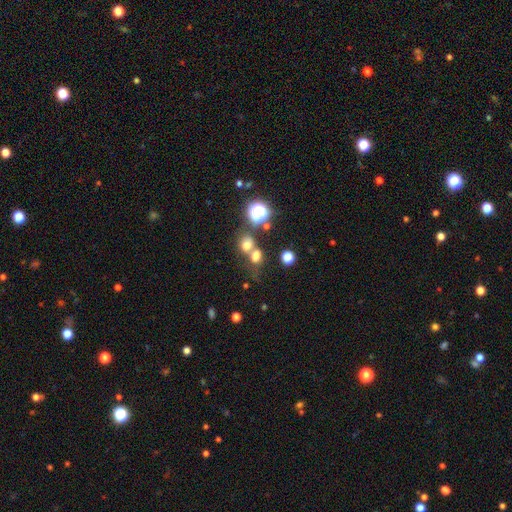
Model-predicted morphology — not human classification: Smooth or featured? Predicted: smooth (p=0.68). How rounded? Predicted: round (p=0.66). Merging? Predicted: merger (p=0.45).